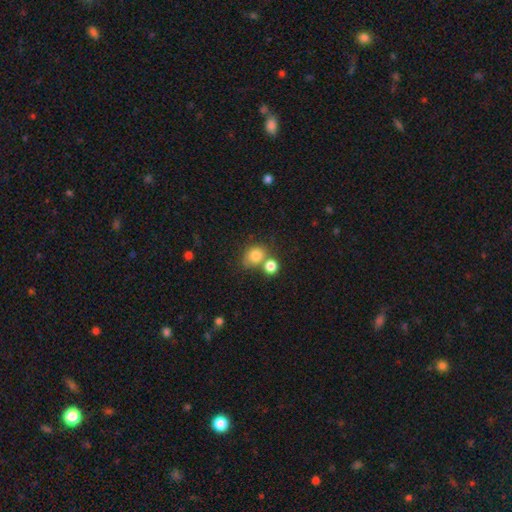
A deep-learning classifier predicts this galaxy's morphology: smooth_or_featured: smooth (p=0.81) [alt: star or artifact p=0.11]
how_rounded: round (p=0.68) [alt: in between p=0.31]
merging: none (p=0.49) [alt: merger p=0.35]